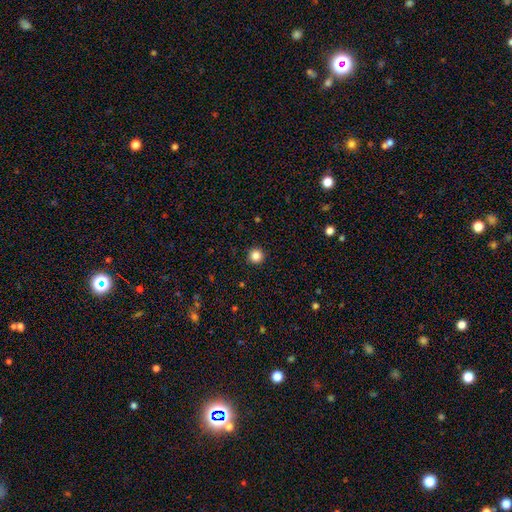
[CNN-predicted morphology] Smooth or featured? Predicted: smooth (p=0.85). How rounded? Predicted: round (p=0.96). Merging? Predicted: none (p=0.93).